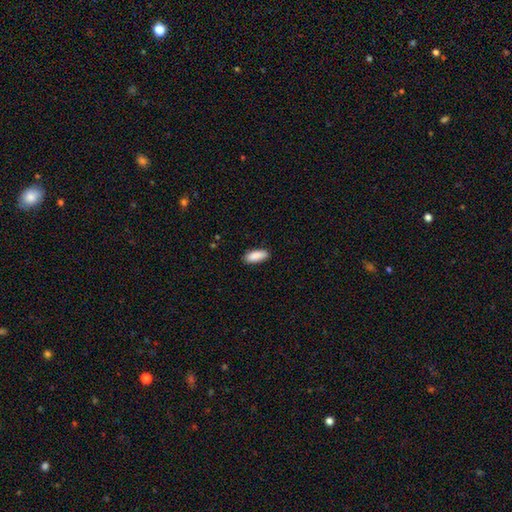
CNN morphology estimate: Smooth or featured? smooth (90%)
How rounded? in between (81%)
Merging? none (86%)